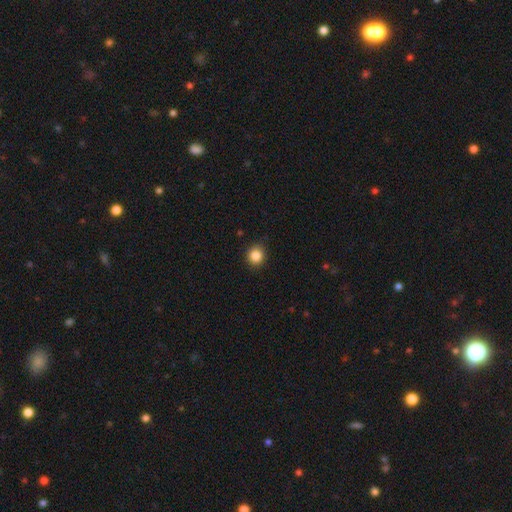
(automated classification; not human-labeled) Smooth or featured? Predicted: smooth (p=0.86). How rounded? Predicted: round (p=0.86). Merging? Predicted: none (p=0.89).